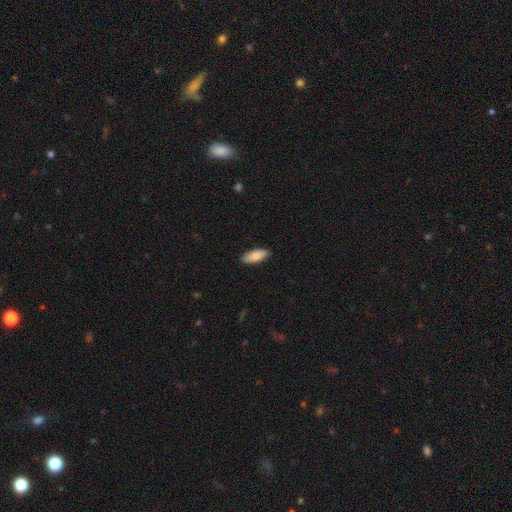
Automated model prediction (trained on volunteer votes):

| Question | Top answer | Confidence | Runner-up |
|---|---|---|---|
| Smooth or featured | smooth | 86% | featured or disk (8%) |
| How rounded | in between | 74% | cigar-shaped (24%) |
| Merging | none | 89% | minor disturbance (9%) |